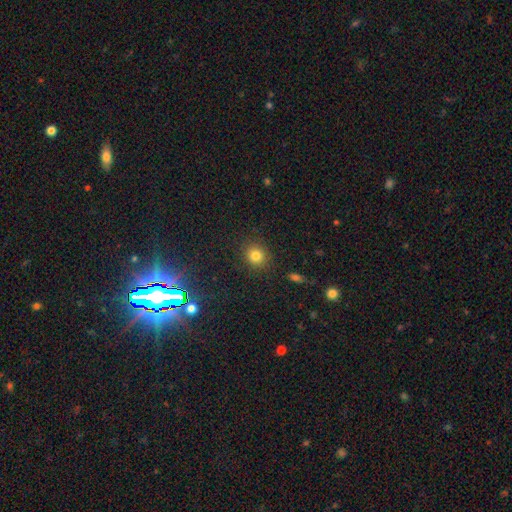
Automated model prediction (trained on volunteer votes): smooth_or_featured: smooth (p=0.80) [alt: star or artifact p=0.14]
how_rounded: round (p=0.84) [alt: in between p=0.15]
merging: none (p=0.88) [alt: minor disturbance p=0.08]